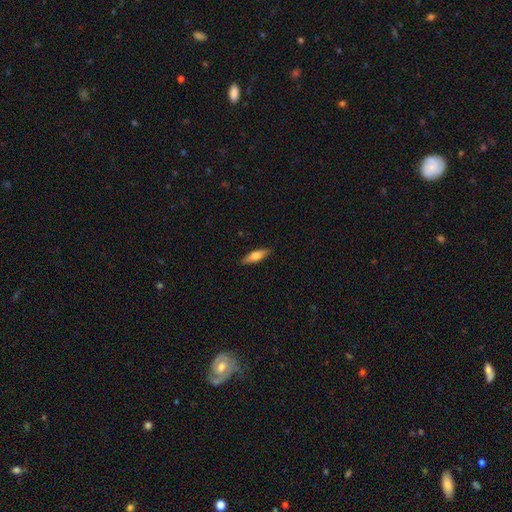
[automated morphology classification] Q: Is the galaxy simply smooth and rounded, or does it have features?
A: smooth — 65%.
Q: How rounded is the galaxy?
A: cigar-shaped — 51%.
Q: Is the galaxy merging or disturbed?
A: none — 88%.